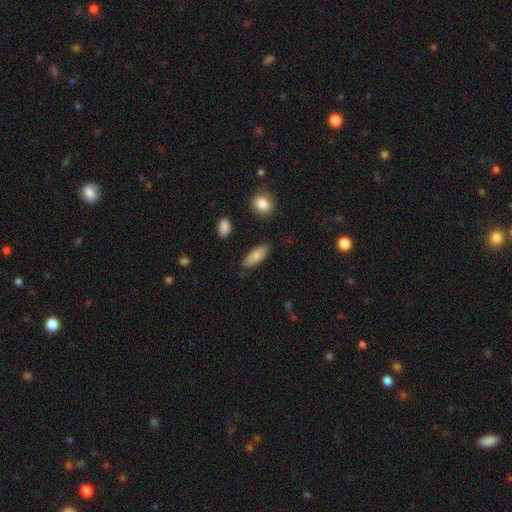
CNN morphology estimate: A smooth galaxy with no disk features (84%) that is in between round and cigar-shaped (79%). Merging: none (81%).